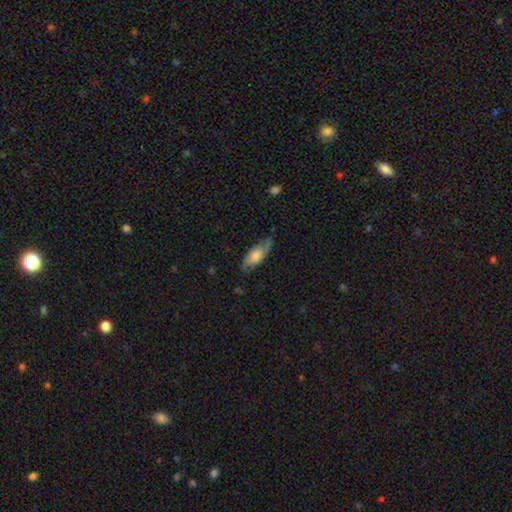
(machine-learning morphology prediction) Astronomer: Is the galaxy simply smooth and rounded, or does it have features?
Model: smooth — 65%.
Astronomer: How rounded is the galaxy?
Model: in between — 73%.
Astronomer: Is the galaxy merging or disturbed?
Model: none — 72%.